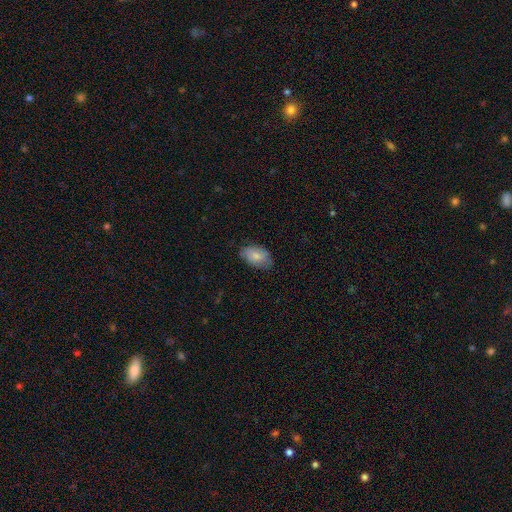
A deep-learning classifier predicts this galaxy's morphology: Smooth or featured: smooth — 80% (featured or disk — 13%)
How rounded: in between — 92% (round — 7%)
Merging: none — 73% (minor disturbance — 22%)